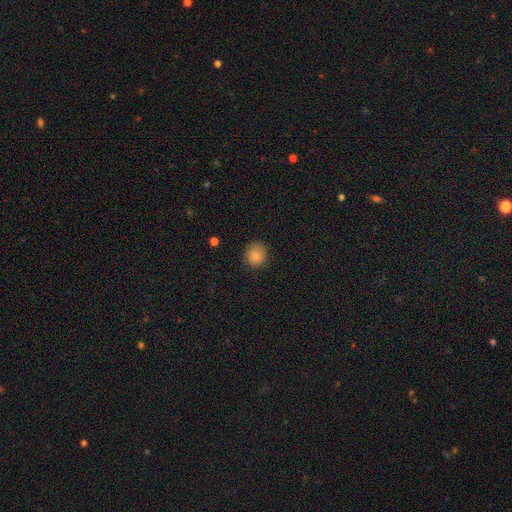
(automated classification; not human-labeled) smooth 85%, star or artifact 9%, featured or disk 6%. Down the decision tree: how rounded — round (88%); merging — none (85%).